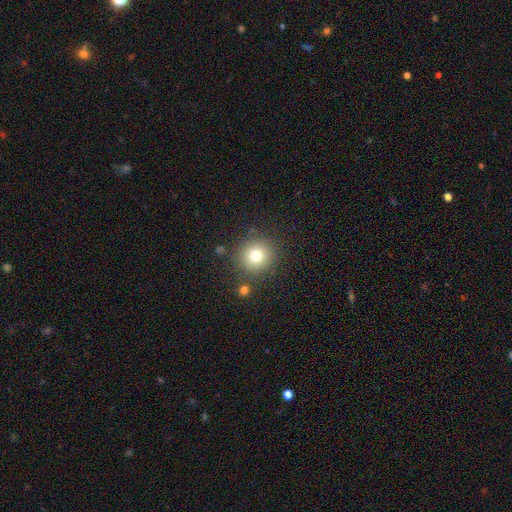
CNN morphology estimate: Overall: smooth (77%). How rounded: round (92%). Merging: none (85%).